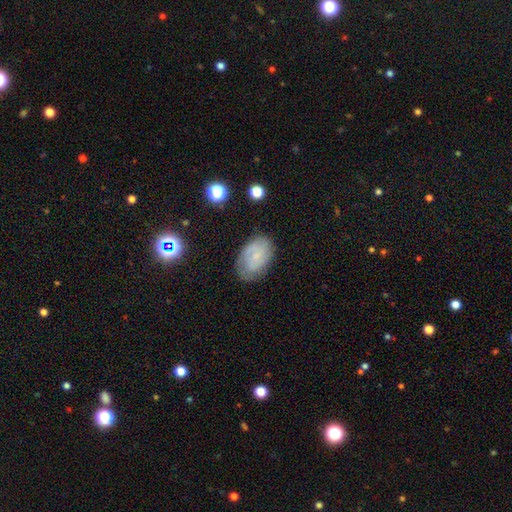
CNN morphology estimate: The model was most divided on "smooth or featured": featured or disk: 58%, smooth: 34%, star or artifact: 9%. More confident: edge-on disk — no (96%); spiral arms — yes (85%); merging — none (74%); bulge size — small (72%); bar — no (64%).